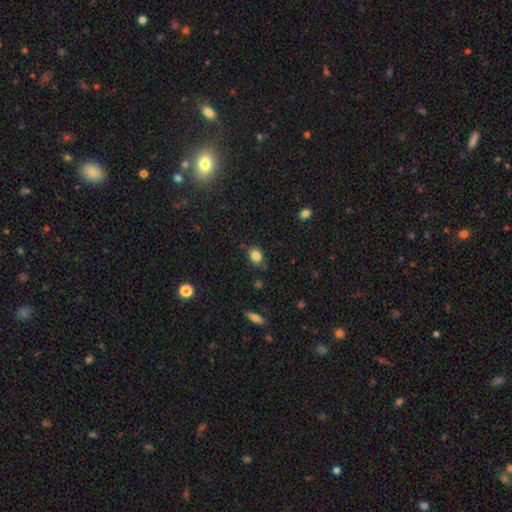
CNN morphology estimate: Smooth or featured? smooth (84%)
How rounded? in between (54%)
Merging? none (75%)